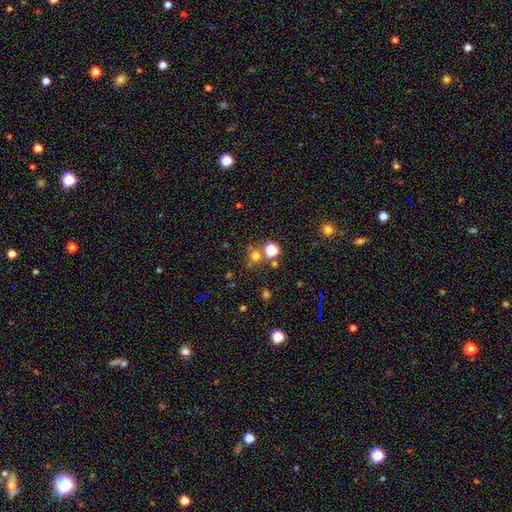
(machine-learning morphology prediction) Overall: smooth (64%; star or artifact 28%). How rounded: round (86%). Merging: none (69%).